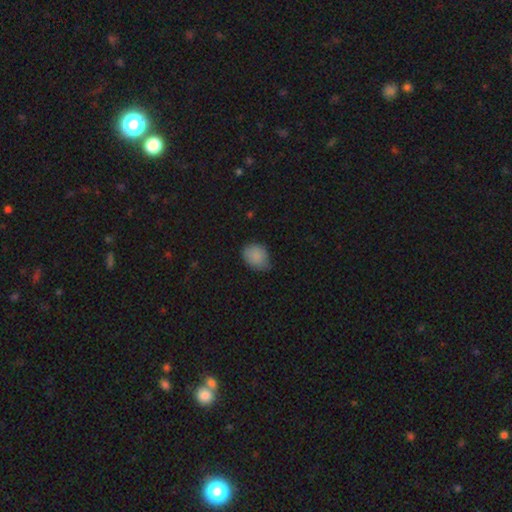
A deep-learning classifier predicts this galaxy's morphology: The model was most divided on "how rounded": in between: 54%, round: 45%, cigar-shaped: 1%. More confident: smooth or featured — smooth (87%); merging — none (57%).